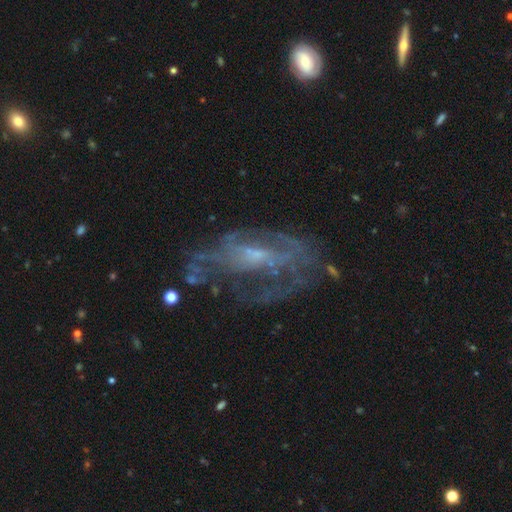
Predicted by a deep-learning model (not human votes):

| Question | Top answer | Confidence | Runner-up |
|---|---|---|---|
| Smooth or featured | featured or disk | 77% | smooth (13%) |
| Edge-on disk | no | 93% | yes (7%) |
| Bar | no | 50% | weak (38%) |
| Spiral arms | yes | 63% | no (37%) |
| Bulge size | small | 60% | moderate (26%) |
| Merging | none | 51% | major disturbance (26%) |